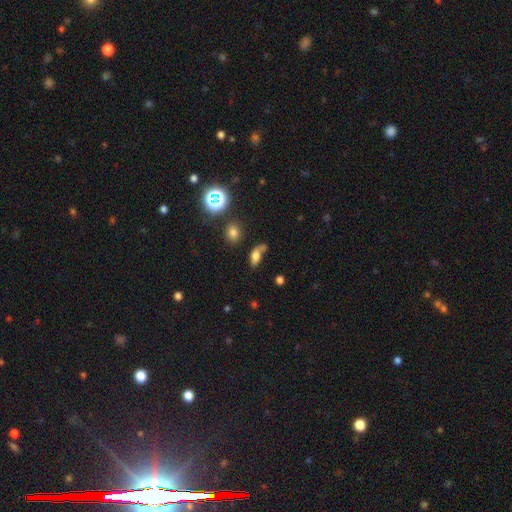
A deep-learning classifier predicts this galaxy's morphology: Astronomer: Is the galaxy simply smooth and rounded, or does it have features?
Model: smooth — 69%.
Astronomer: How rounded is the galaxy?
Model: in between — 79%.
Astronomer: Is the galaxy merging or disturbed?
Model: none — 43% (runner-up: merger, 25%).